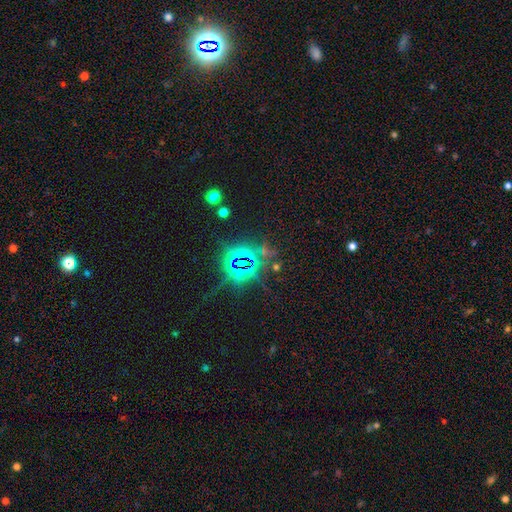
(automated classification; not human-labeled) smooth-or-featured: star or artifact: 80% | smooth: 10% | featured or disk: 9%